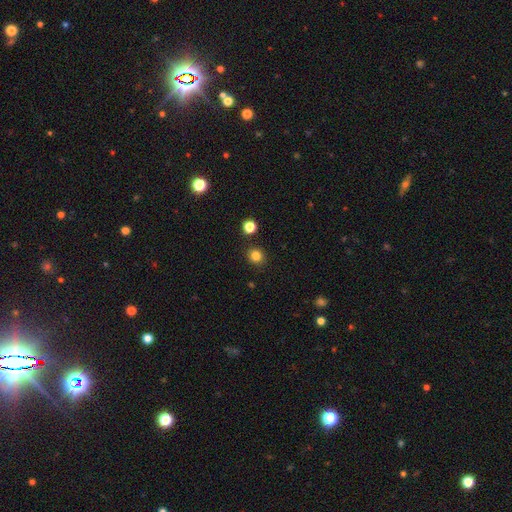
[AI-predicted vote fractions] This is clearly a smooth galaxy (82%). How rounded: clearly round (88%). Merging: clearly none (88%).